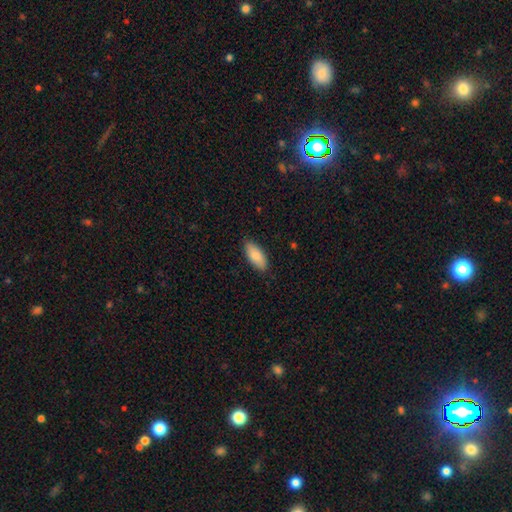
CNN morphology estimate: smooth_or_featured: smooth (p=0.85) [alt: featured or disk p=0.09]
how_rounded: in between (p=0.86) [alt: cigar-shaped p=0.12]
merging: none (p=0.87) [alt: minor disturbance p=0.11]